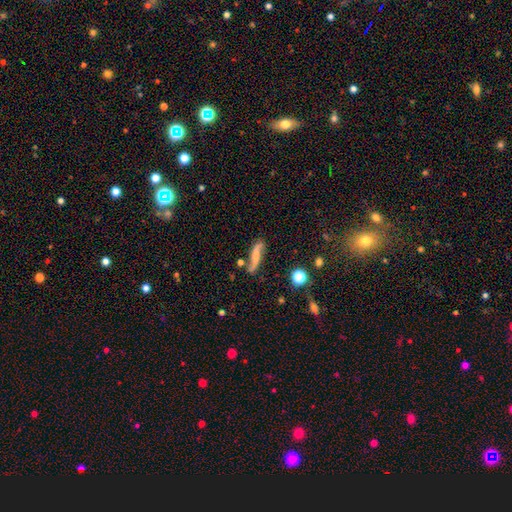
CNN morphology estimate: A featured or disk galaxy (68%) with no bar (55%), 2 (91%) loose (86%) spiral arms (92%) and a small central bulge (39%). Merging: none (66%).